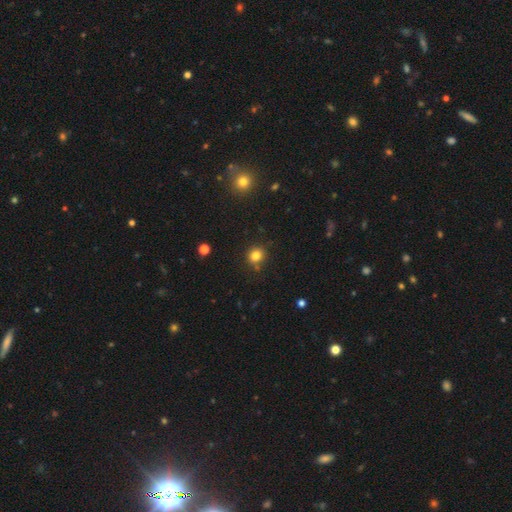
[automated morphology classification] smooth_or_featured: smooth (p=0.82) [alt: star or artifact p=0.13]
how_rounded: round (p=0.84) [alt: in between p=0.15]
merging: none (p=0.81) [alt: minor disturbance p=0.11]